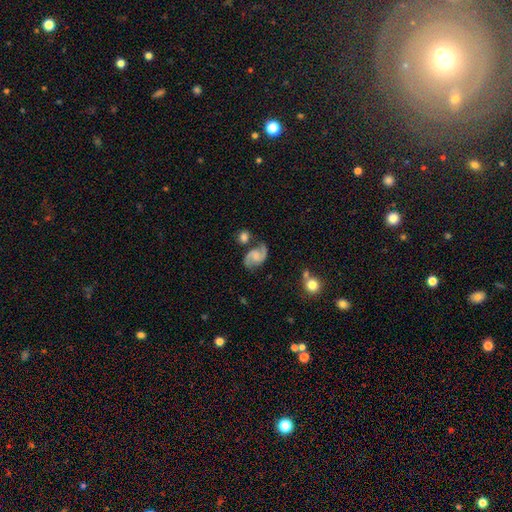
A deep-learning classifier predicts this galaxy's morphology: This appears to be a featured or disk galaxy (83%) with no bar (49%), 2 (93%) medium (52%) spiral arms (96%) and no central bulge (35%). Merging: none (66%).